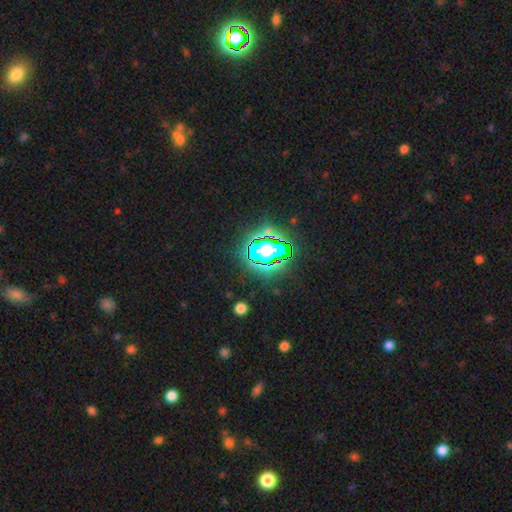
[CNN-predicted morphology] A star or artifact, not a galaxy (80%).

Vote fractions:
- Smooth or featured? star or artifact: 80% / smooth: 13% / featured or disk: 7%